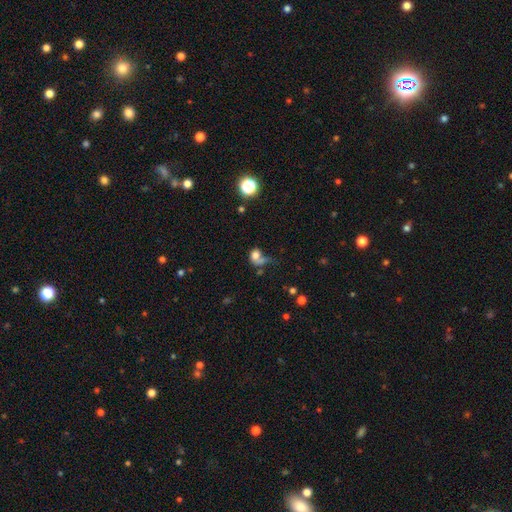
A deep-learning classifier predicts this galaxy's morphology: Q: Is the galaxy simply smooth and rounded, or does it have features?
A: smooth — 69%.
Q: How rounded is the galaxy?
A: round — 52%.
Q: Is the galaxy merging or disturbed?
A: none — 29%.